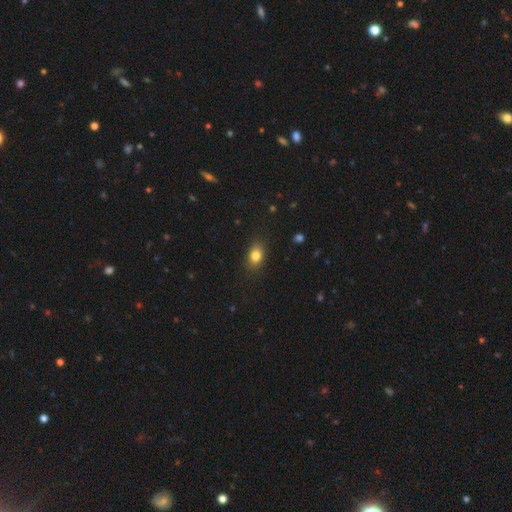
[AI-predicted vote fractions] The model was most divided on "how rounded": in between: 75%, round: 23%, cigar-shaped: 2%. More confident: merging — none (84%); smooth or featured — smooth (82%).